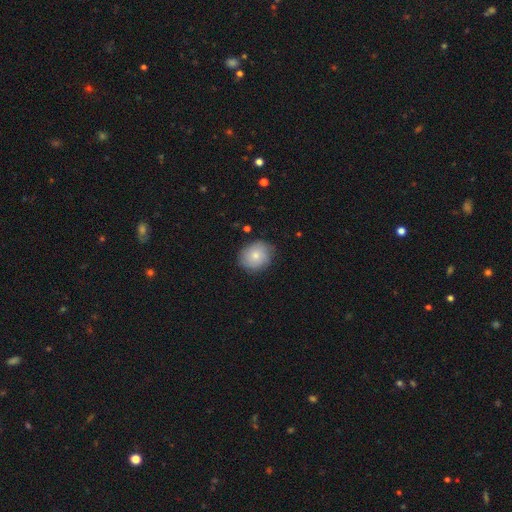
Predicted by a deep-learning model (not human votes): Overall: smooth (71%). How rounded: round (69%; in between 30%). Merging: none (78%).